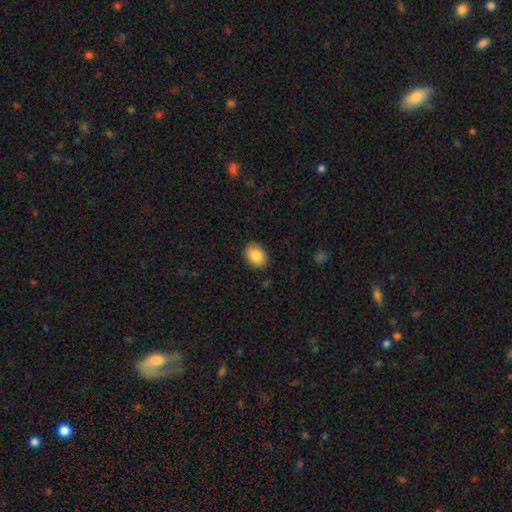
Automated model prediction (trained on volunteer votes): A smooth galaxy with no disk features (86%) that is in between round and cigar-shaped (70%).

Vote fractions:
- Smooth or featured? smooth: 86% / star or artifact: 7% / featured or disk: 7%
- How rounded? in between: 70% / round: 29% / cigar-shaped: 1%
- Merging? none: 89% / minor disturbance: 8% / major disturbance: 2% / merger: 1%